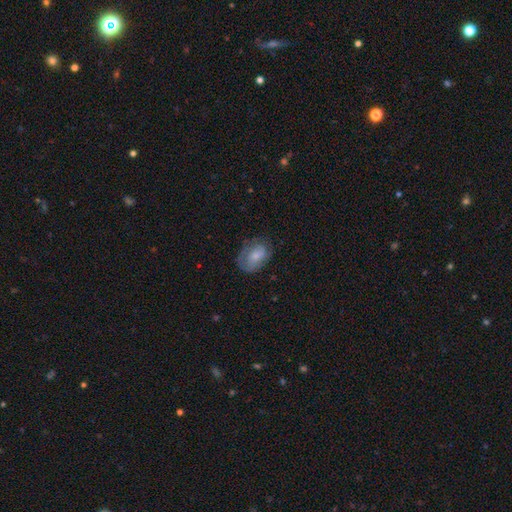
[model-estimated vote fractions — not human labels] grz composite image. It shows a smooth galaxy with no disk features (64%) that is in between round and cigar-shaped (77%). Merging: none (59%).